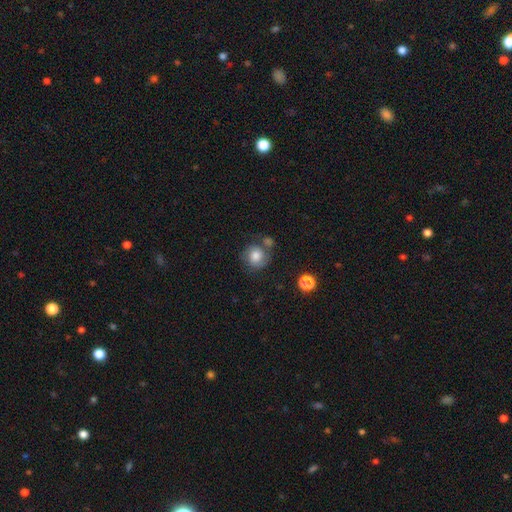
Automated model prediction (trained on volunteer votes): A smooth galaxy with no disk features (63%) that is round (85%).

Vote fractions:
- Smooth or featured? smooth: 63% / featured or disk: 28% / star or artifact: 10%
- How rounded? round: 85% / in between: 14% / cigar-shaped: 1%
- Merging? none: 54% / minor disturbance: 19% / merger: 17% / major disturbance: 10%